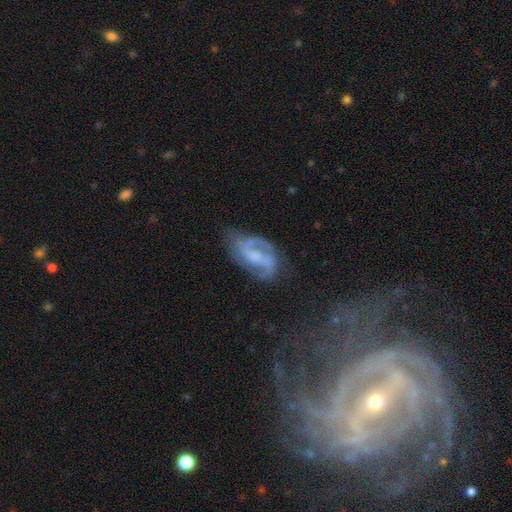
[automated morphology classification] Smooth or featured?
  - featured or disk: 81% *
  - smooth: 12%
  - star or artifact: 7%
Edge-on disk?
  - no: 96% *
  - yes: 4%
Bar?
  - weak: 48% *
  - no: 33%
  - strong: 20%
Spiral arms?
  - yes: 93% *
  - no: 7%
Spiral winding?
  - medium: 48% *
  - loose: 31%
  - tight: 21%
Spiral arm count?
  - 2: 78% *
  - can't tell: 9%
  - 3: 6%
  - 1: 4%
  - 4: 2%
  - more than 4: 2%
Bulge size?
  - small: 37% *
  - moderate: 35%
  - none: 22%
  - large: 5%
  - dominant: 1%
Merging?
  - none: 60% *
  - minor disturbance: 23%
  - major disturbance: 13%
  - merger: 3%